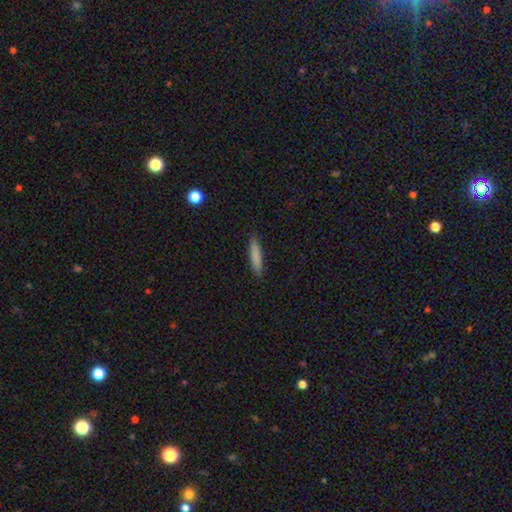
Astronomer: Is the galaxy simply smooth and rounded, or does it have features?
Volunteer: smooth — 74%.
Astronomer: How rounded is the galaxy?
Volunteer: cigar-shaped — 93%.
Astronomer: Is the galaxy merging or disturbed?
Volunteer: none — 86%.